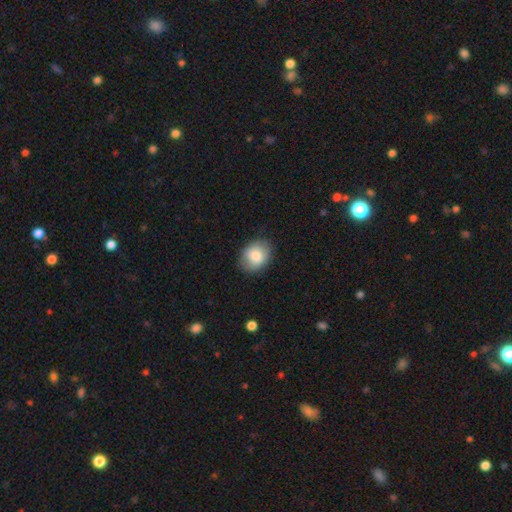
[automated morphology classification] A smooth galaxy with no disk features (79%) that is in between round and cigar-shaped (58%).

Vote fractions:
- Smooth or featured? smooth: 79% / featured or disk: 14% / star or artifact: 7%
- How rounded? in between: 58% / round: 41% / cigar-shaped: 1%
- Merging? none: 83% / minor disturbance: 13% / major disturbance: 3% / merger: 1%